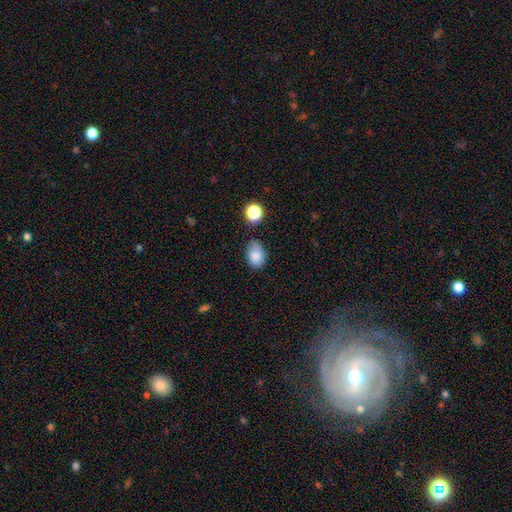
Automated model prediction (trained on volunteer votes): Q: Smooth or featured?
A: smooth (83%); runner-up: star or artifact (10%)
Q: How rounded?
A: in between (78%); runner-up: round (21%)
Q: Merging?
A: none (54%); runner-up: minor disturbance (33%)